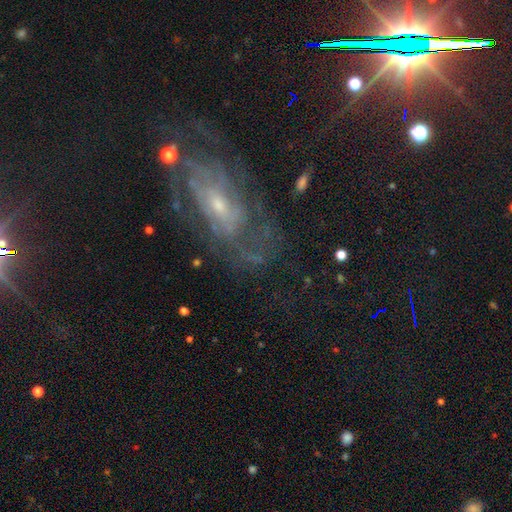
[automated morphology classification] Smooth or featured? Predicted: featured or disk (p=0.74). Edge-on disk? Predicted: no (p=0.94). Bar? Predicted: no (p=0.55). Spiral arms? Predicted: yes (p=0.87). Spiral winding? Predicted: tight (p=0.51). Spiral arm count? Predicted: can't tell (p=0.42). Bulge size? Predicted: small (p=0.65). Merging? Predicted: none (p=0.66).